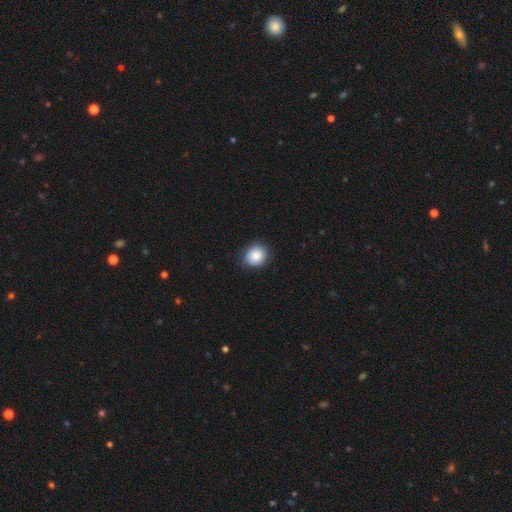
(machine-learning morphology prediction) Overall: smooth (87%). How rounded: round (74%). Merging: none (81%).